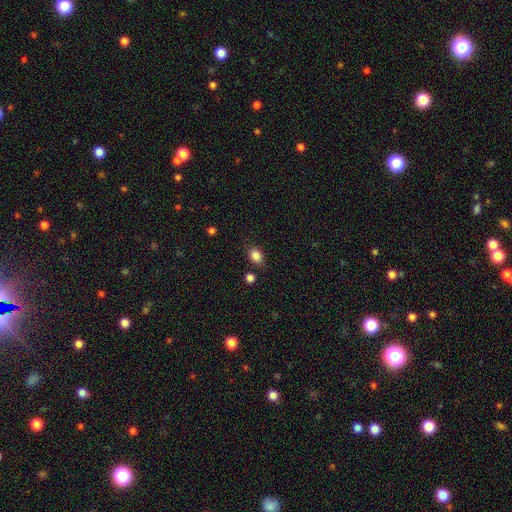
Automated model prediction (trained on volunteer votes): smooth-or-featured: smooth: 85% | star or artifact: 10% | featured or disk: 5%
  how-rounded: in between: 68% | round: 31% | cigar-shaped: 1%
  merging: none: 79% | minor disturbance: 14% | merger: 4% | major disturbance: 4%